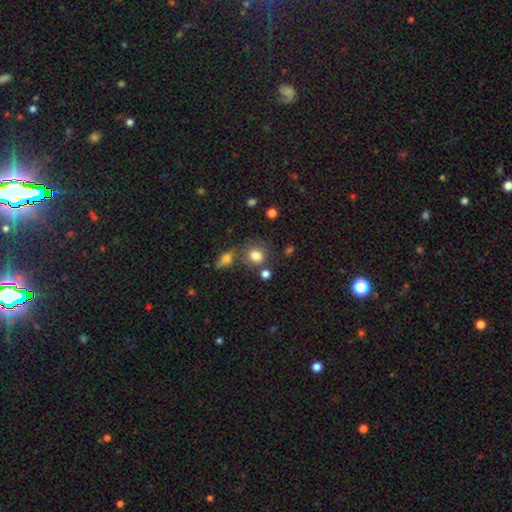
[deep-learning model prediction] Smooth or featured: smooth — 80% (star or artifact — 11%)
How rounded: round — 71% (in between — 28%)
Merging: none — 60% (merger — 19%)